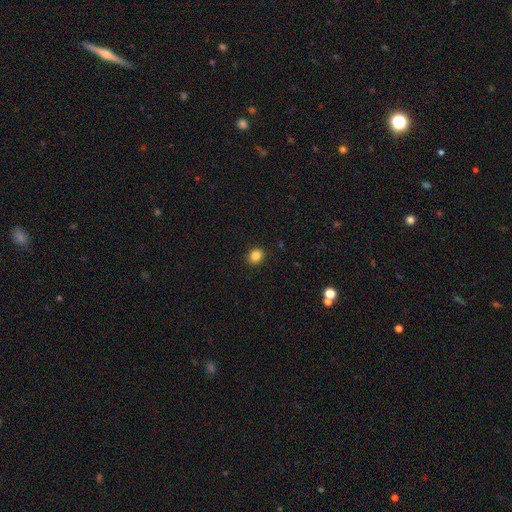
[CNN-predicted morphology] A smooth galaxy with no disk features (84%) that is round (66%).

Vote fractions:
- Smooth or featured? smooth: 84% / star or artifact: 11% / featured or disk: 5%
- How rounded? round: 66% / in between: 34% / cigar-shaped: 1%
- Merging? none: 91% / minor disturbance: 6% / major disturbance: 2% / merger: 1%